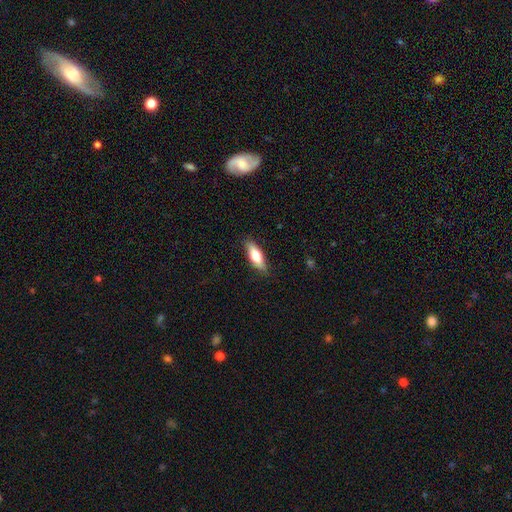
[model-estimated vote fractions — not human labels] smooth 69%, featured or disk 25%, star or artifact 6%. Down the decision tree: how rounded — in between (58%); merging — none (85%).